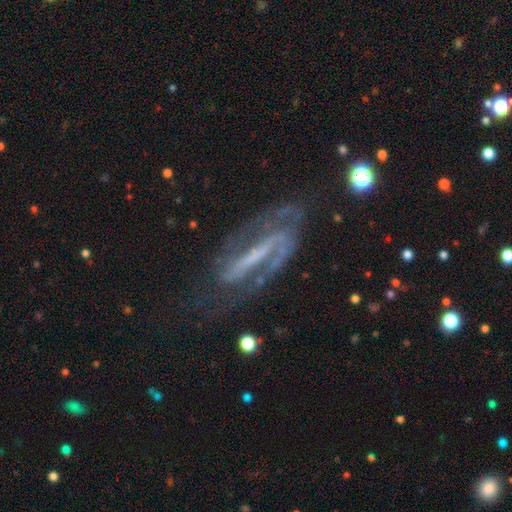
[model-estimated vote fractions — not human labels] This appears to be a featured or disk galaxy (86%) with a strong bar (68%), 2 (83%) medium (46%) spiral arms (92%) and a small central bulge (42%). Merging: none (67%).